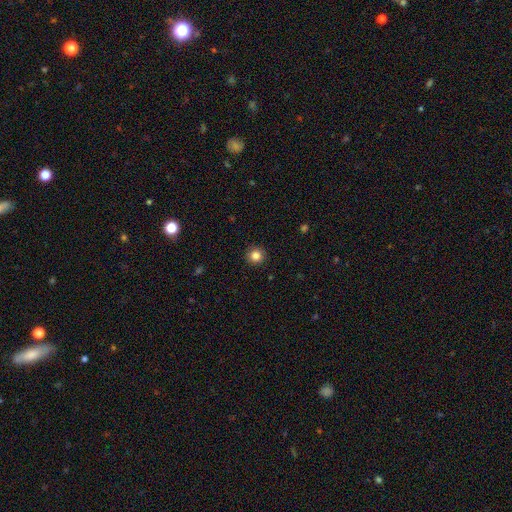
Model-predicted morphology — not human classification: Smooth or featured? smooth (84%)
How rounded? round (95%)
Merging? none (92%)